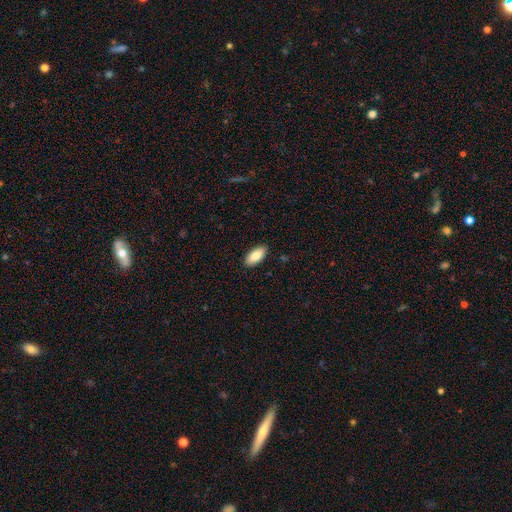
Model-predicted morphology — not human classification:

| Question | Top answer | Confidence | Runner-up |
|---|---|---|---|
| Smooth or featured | smooth | 86% | featured or disk (8%) |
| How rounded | in between | 89% | cigar-shaped (9%) |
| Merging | none | 89% | minor disturbance (8%) |